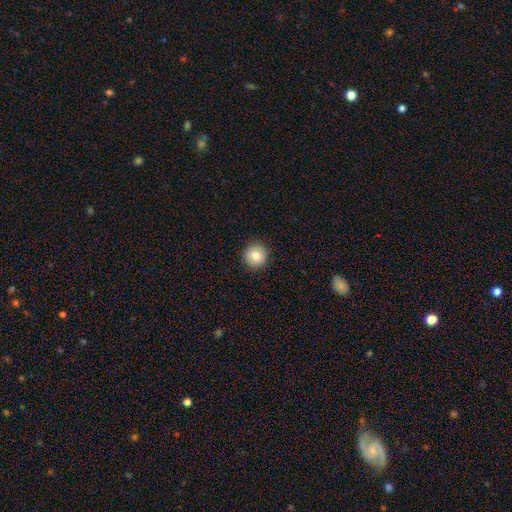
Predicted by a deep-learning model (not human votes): Smooth or featured?
  - smooth: 85% *
  - star or artifact: 9%
  - featured or disk: 7%
How rounded?
  - round: 95% *
  - in between: 4%
  - cigar-shaped: 1%
Merging?
  - none: 92% *
  - minor disturbance: 5%
  - major disturbance: 2%
  - merger: 1%